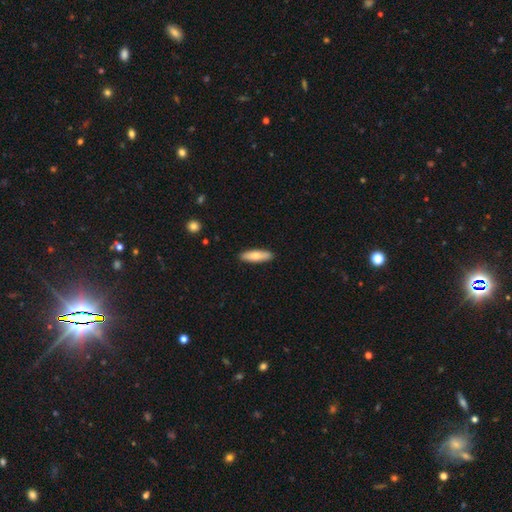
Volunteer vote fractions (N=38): Smooth or featured? smooth (68%)
How rounded? in between (50%, tied with cigar-shaped)
Merging? none (81%)